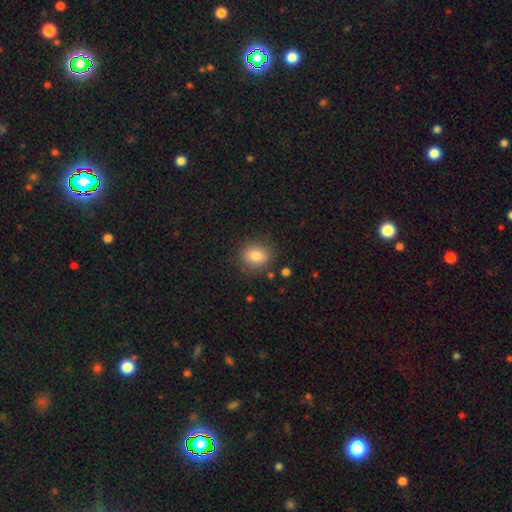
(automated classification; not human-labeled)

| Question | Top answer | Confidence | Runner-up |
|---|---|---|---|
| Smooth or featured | smooth | 83% | star or artifact (9%) |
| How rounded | round | 63% | in between (35%) |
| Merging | none | 84% | minor disturbance (11%) |